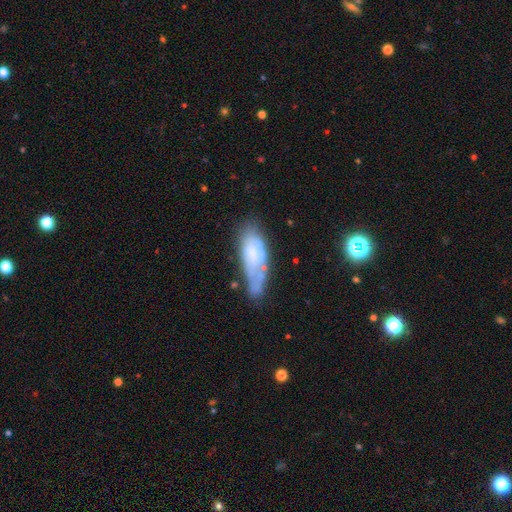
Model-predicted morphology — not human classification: Q: Smooth or featured?
A: featured or disk (47%); runner-up: smooth (42%)
Q: Merging?
A: none (50%); runner-up: minor disturbance (30%)